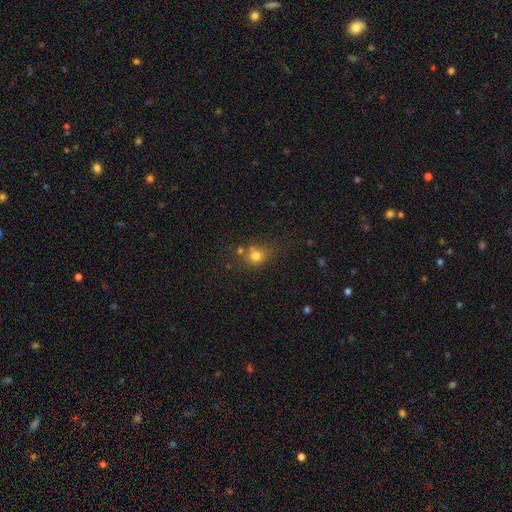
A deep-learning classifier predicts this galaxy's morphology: smooth-or-featured: smooth: 75% | star or artifact: 15% | featured or disk: 10%
  how-rounded: round: 78% | in between: 20% | cigar-shaped: 1%
  merging: none: 57% | merger: 21% | minor disturbance: 15% | major disturbance: 6%